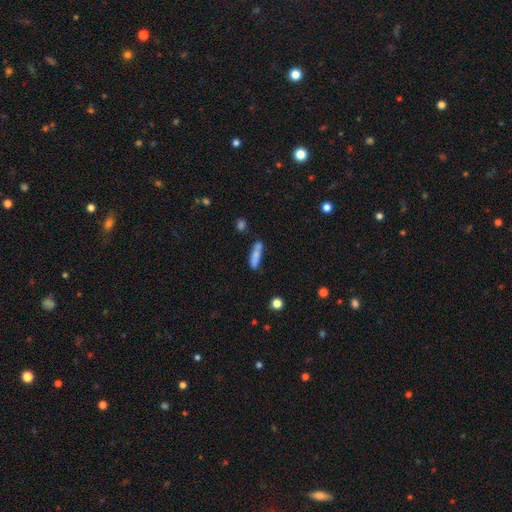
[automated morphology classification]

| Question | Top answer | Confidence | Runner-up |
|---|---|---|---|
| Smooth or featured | smooth | 72% | featured or disk (20%) |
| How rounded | cigar-shaped | 68% | in between (29%) |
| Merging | none | 57% | minor disturbance (20%) |